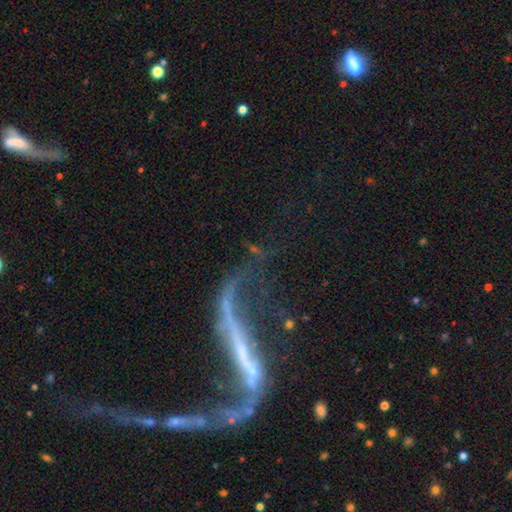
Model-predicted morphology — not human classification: A featured or disk galaxy (81%) with a strong bar (51%), spiral arms (77%) and a small central bulge (46%). Merging: none (40%).